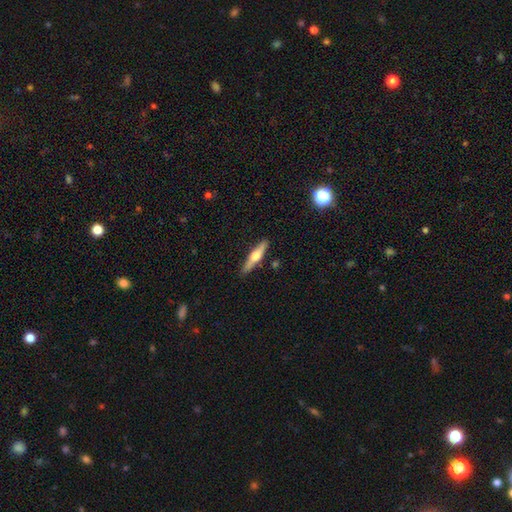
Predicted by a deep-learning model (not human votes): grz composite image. It shows a featured or disk galaxy (55%) viewed edge-on (95%) with a rounded central bulge (92%). Merging: none (87%).